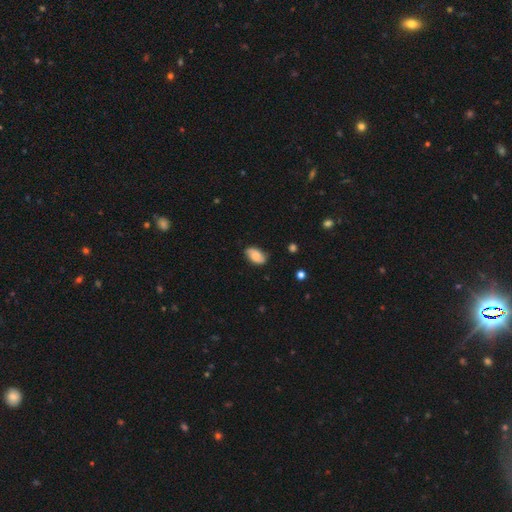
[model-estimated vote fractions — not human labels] smooth-or-featured: smooth: 70% | featured or disk: 23% | star or artifact: 8%
  how-rounded: in between: 93% | round: 5% | cigar-shaped: 2%
  merging: none: 78% | minor disturbance: 17% | major disturbance: 3% | merger: 1%